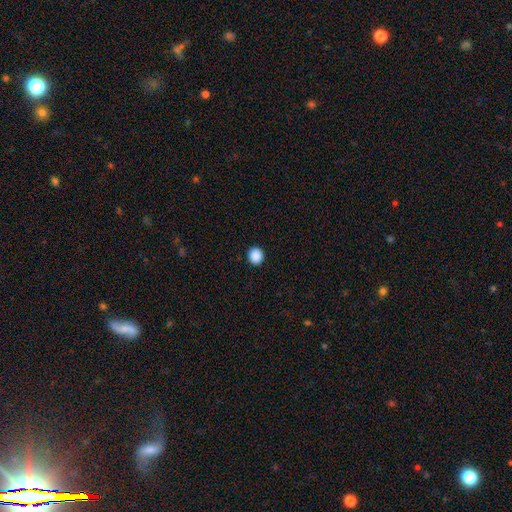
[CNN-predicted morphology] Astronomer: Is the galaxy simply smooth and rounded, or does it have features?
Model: smooth — 89%.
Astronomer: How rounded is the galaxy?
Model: round — 88%.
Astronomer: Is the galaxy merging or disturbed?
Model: none — 93%.